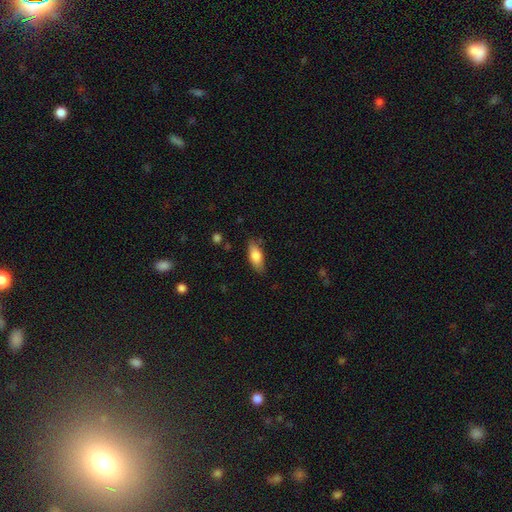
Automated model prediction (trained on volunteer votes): smooth-or-featured: smooth: 78% | featured or disk: 15% | star or artifact: 6%
  how-rounded: in between: 79% | cigar-shaped: 19% | round: 3%
  merging: none: 81% | minor disturbance: 15% | major disturbance: 3% | merger: 1%